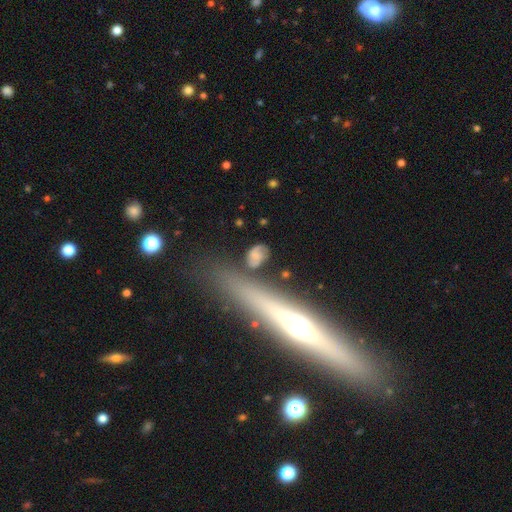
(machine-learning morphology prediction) Overall: smooth (51%; featured or disk 38%). How rounded: in between (69%). Merging: none (59%; minor disturbance 20%).